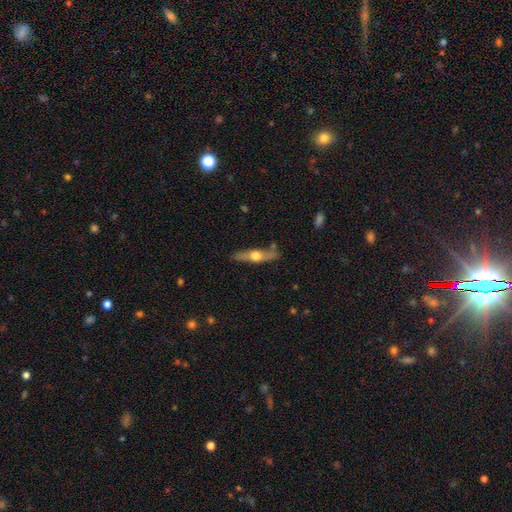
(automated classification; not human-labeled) smooth_or_featured: featured or disk (p=0.64) [alt: smooth p=0.31]
disk_edge_on: yes (p=0.93) [alt: no p=0.07]
edge_on_bulge: rounded (p=0.95) [alt: boxy p=0.02]
merging: none (p=0.81) [alt: minor disturbance p=0.12]